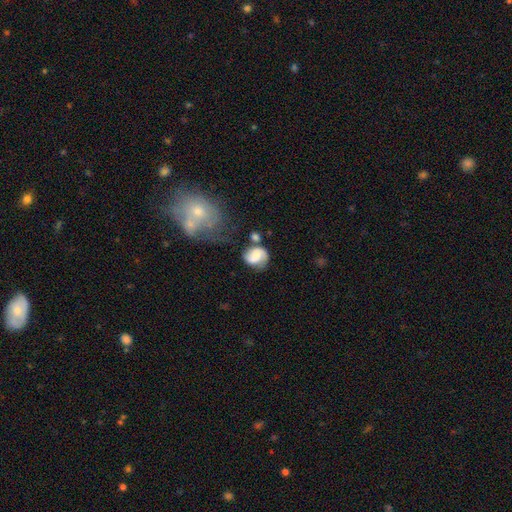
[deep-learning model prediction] Q: Smooth or featured?
A: featured or disk (55%); runner-up: smooth (37%)
Q: Edge-on disk?
A: no (97%); runner-up: yes (3%)
Q: Bar?
A: no (46%); runner-up: weak (40%)
Q: Spiral arms?
A: yes (88%); runner-up: no (12%)
Q: Bulge size?
A: moderate (32%); runner-up: small (25%)
Q: Merging?
A: none (52%); runner-up: minor disturbance (24%)